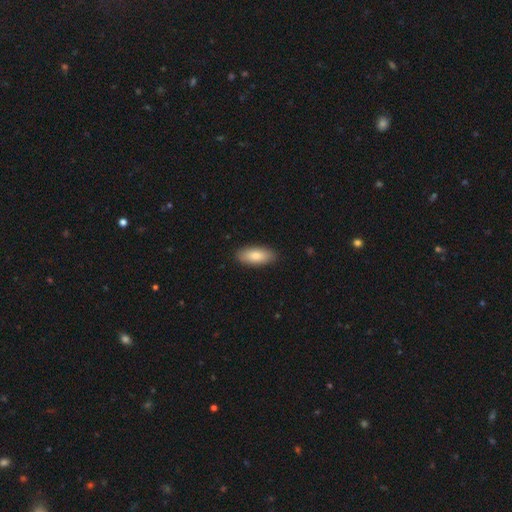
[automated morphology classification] This is clearly a smooth galaxy (82%). How rounded: clearly in between (83%). Merging: clearly none (88%).